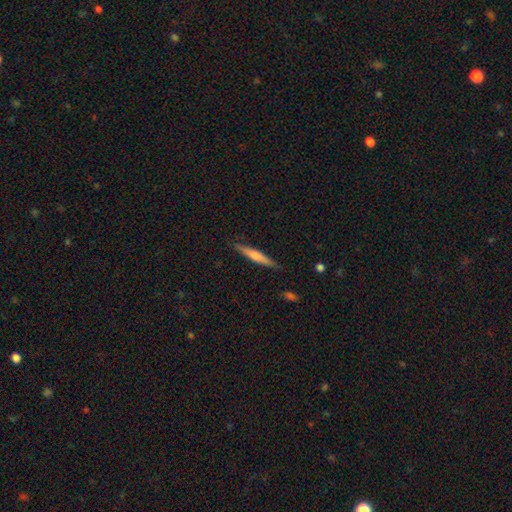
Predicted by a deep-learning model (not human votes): smooth_or_featured: smooth (p=0.59) [alt: featured or disk p=0.35]
how_rounded: cigar-shaped (p=0.92) [alt: in between p=0.06]
merging: none (p=0.88) [alt: minor disturbance p=0.09]